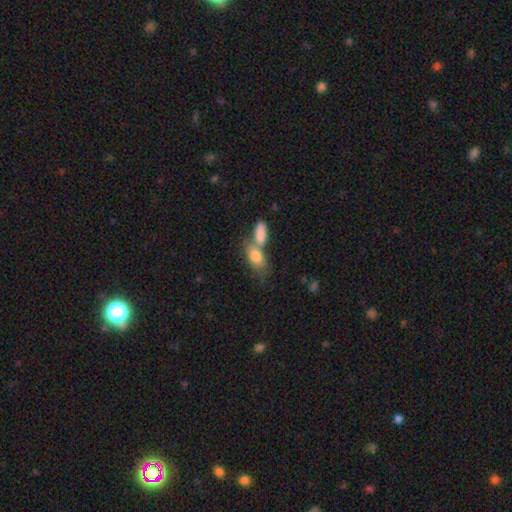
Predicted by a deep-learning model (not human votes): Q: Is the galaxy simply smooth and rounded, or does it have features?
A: smooth — 80%.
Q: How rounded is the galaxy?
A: in between — 85%.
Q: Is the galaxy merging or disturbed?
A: merger — 54%.